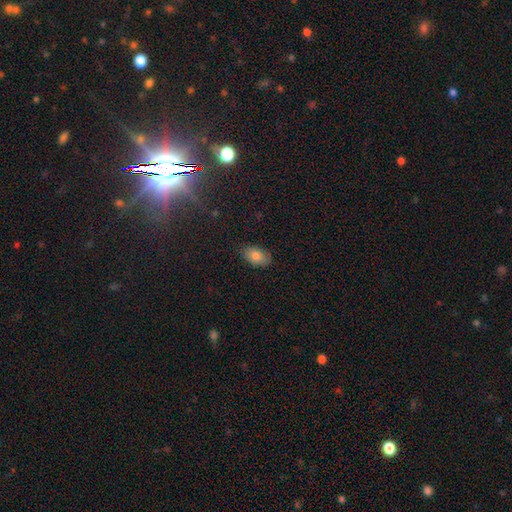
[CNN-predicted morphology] A smooth galaxy with no disk features (81%) that is in between round and cigar-shaped (91%).

Vote fractions:
- Smooth or featured? smooth: 81% / featured or disk: 10% / star or artifact: 9%
- How rounded? in between: 91% / round: 8% / cigar-shaped: 2%
- Merging? none: 82% / minor disturbance: 15% / major disturbance: 3% / merger: 1%